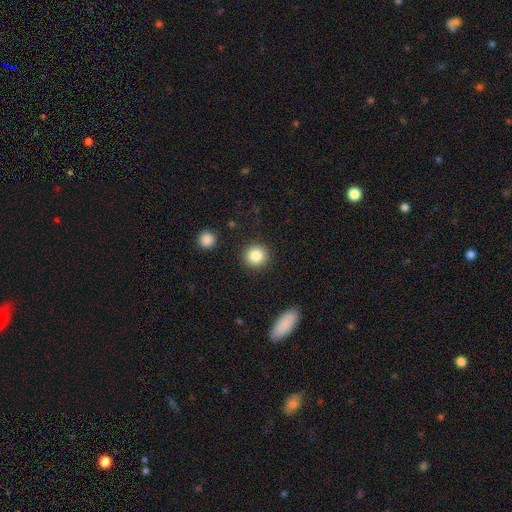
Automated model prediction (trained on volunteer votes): Smooth or featured? Predicted: smooth (p=0.86). How rounded? Predicted: round (p=0.93). Merging? Predicted: none (p=0.90).